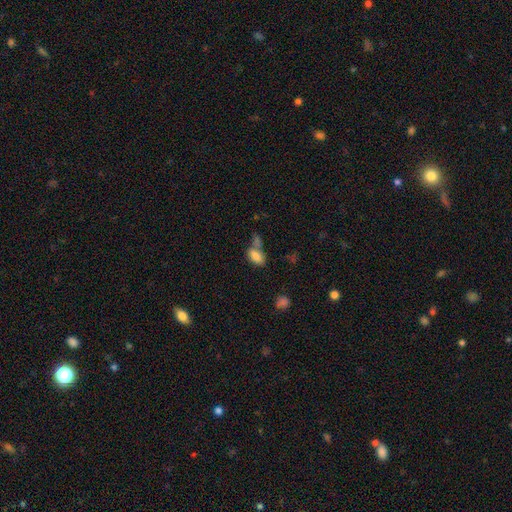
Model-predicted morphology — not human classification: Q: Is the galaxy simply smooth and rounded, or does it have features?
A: smooth — 81%.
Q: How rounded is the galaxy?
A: in between — 91%.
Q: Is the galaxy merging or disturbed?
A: none — 40%.